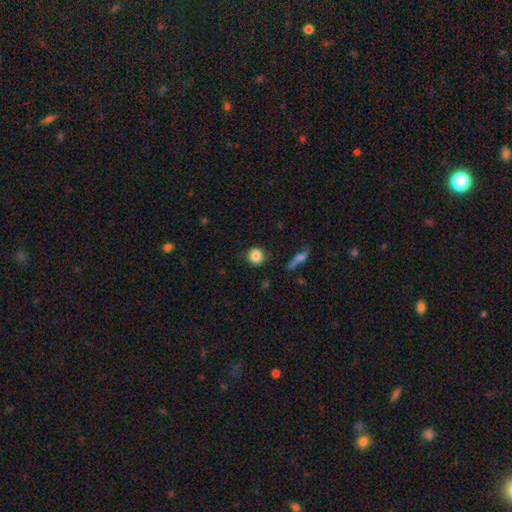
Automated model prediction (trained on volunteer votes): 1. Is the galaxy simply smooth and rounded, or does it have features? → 86% smooth, 9% star or artifact, 5% featured or disk.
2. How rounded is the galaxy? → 91% round, 8% in between, 1% cigar-shaped.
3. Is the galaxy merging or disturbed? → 88% none, 8% minor disturbance, 2% major disturbance, 2% merger.